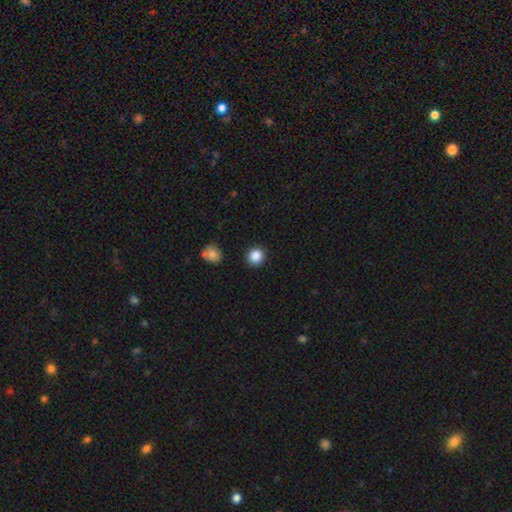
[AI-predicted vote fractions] A smooth galaxy with no disk features (87%) that is round (91%).

Vote fractions:
- Smooth or featured? smooth: 87% / star or artifact: 10% / featured or disk: 3%
- How rounded? round: 91% / in between: 8% / cigar-shaped: 1%
- Merging? none: 90% / minor disturbance: 6% / major disturbance: 2% / merger: 2%